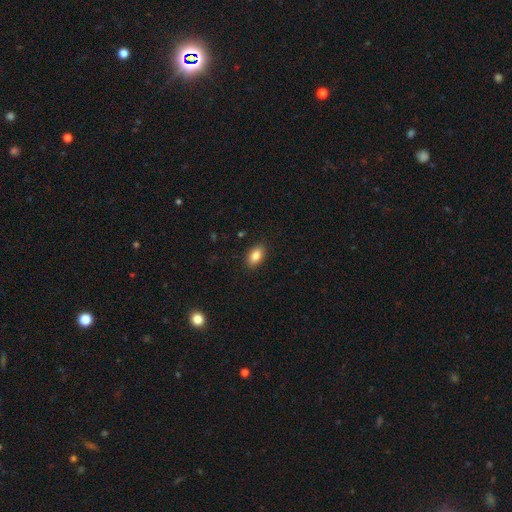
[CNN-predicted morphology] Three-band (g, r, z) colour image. It shows a smooth galaxy with no disk features (85%) that is in between round and cigar-shaped (90%). Merging: none (89%).